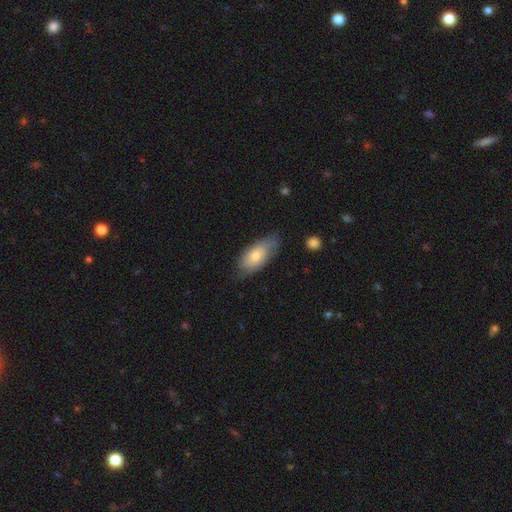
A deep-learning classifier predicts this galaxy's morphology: Smooth or featured? smooth (67%)
How rounded? in between (87%)
Merging? none (64%)